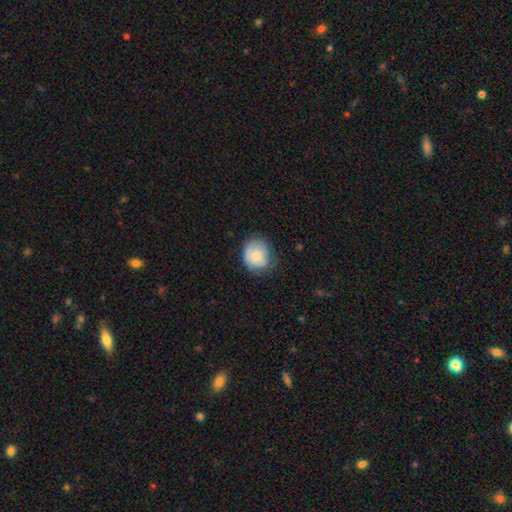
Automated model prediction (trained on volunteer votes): Overall: smooth (73%). How rounded: round (75%). Merging: none (59%; minor disturbance 30%).